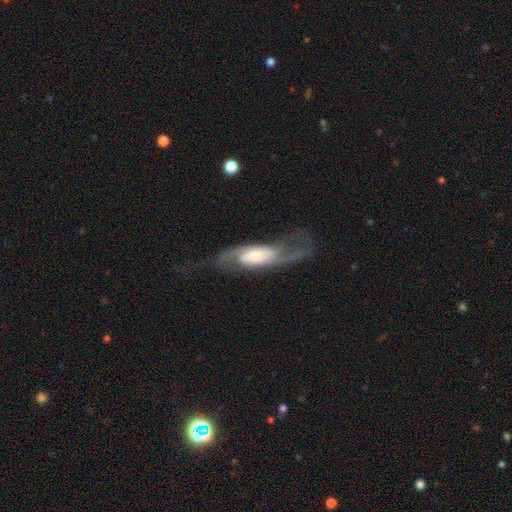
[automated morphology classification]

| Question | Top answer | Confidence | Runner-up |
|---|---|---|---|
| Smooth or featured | featured or disk | 78% | smooth (17%) |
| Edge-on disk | no | 85% | yes (15%) |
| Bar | no | 48% | weak (34%) |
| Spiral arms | yes | 94% | no (6%) |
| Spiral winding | loose | 45% | medium (40%) |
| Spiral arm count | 2 | 86% | can't tell (6%) |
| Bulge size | moderate | 35% | large (28%) |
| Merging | none | 56% | major disturbance (23%) |